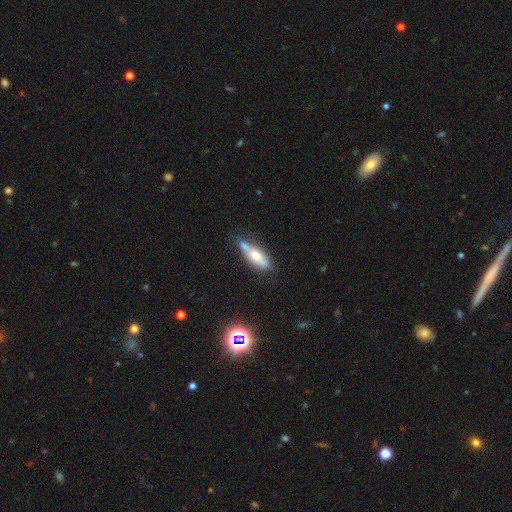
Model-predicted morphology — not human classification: Smooth or featured? smooth (56%)
How rounded? in between (56%)
Merging? none (50%)